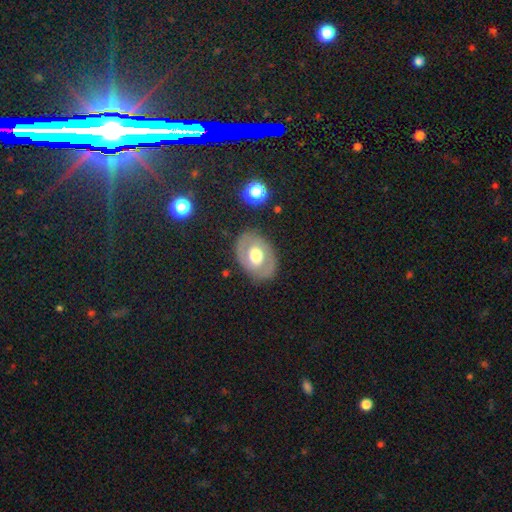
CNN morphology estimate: Smooth or featured?
  - featured or disk: 52% *
  - smooth: 41%
  - star or artifact: 7%
Edge-on disk?
  - no: 93% *
  - yes: 7%
Merging?
  - none: 81% *
  - minor disturbance: 12%
  - major disturbance: 5%
  - merger: 2%